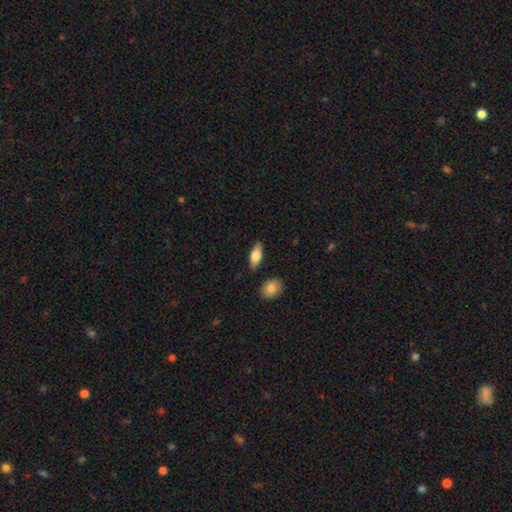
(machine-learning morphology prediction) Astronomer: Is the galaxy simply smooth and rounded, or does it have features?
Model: smooth — 69%.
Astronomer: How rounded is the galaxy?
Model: in between — 75%.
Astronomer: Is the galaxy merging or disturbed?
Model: none — 84%.